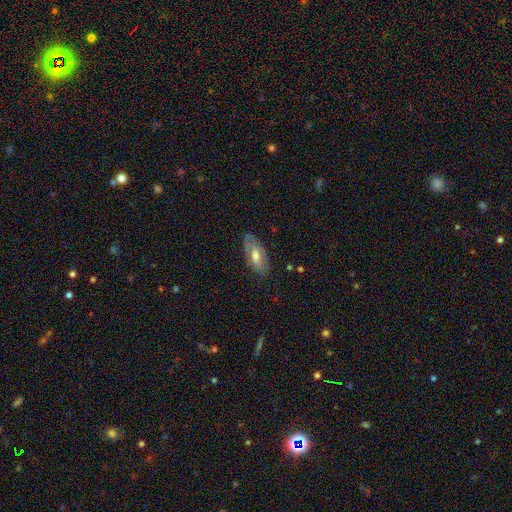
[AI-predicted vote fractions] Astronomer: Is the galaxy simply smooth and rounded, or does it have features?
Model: smooth — 49% (runner-up: featured or disk, 44%).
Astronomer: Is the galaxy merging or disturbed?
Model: none — 70%.